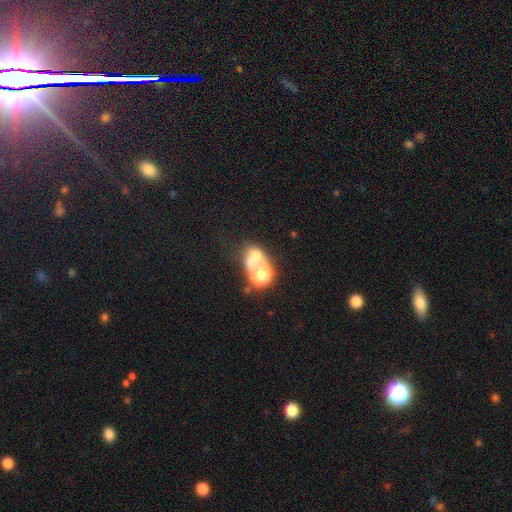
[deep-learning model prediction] Overall: smooth (49%; star or artifact 29%). Merging: merger (53%; none 31%).